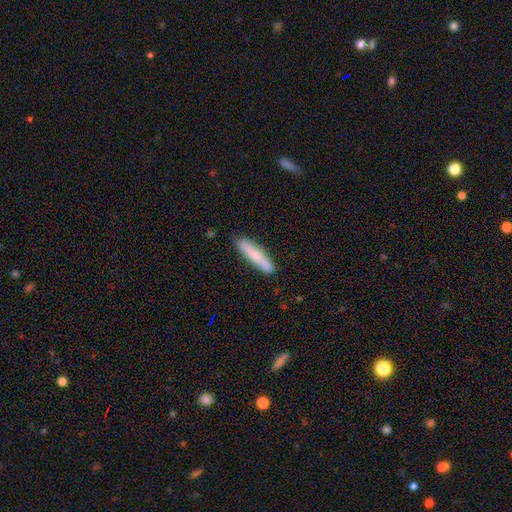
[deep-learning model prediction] Smooth or featured? smooth (74%)
How rounded? cigar-shaped (89%)
Merging? none (87%)